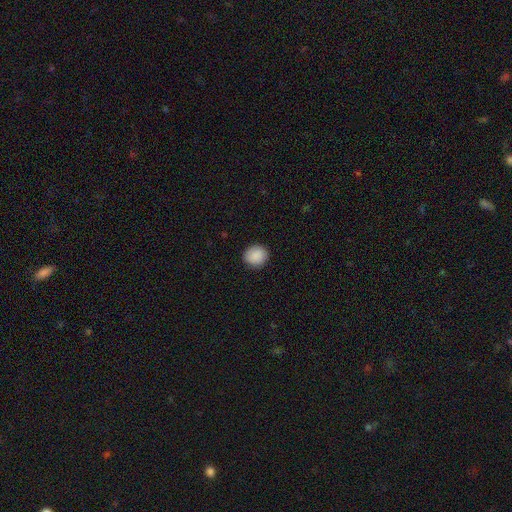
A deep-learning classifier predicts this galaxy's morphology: smooth-or-featured: smooth: 90% | star or artifact: 7% | featured or disk: 3%
  how-rounded: round: 83% | in between: 16% | cigar-shaped: 1%
  merging: none: 90% | minor disturbance: 7% | major disturbance: 2% | merger: 1%